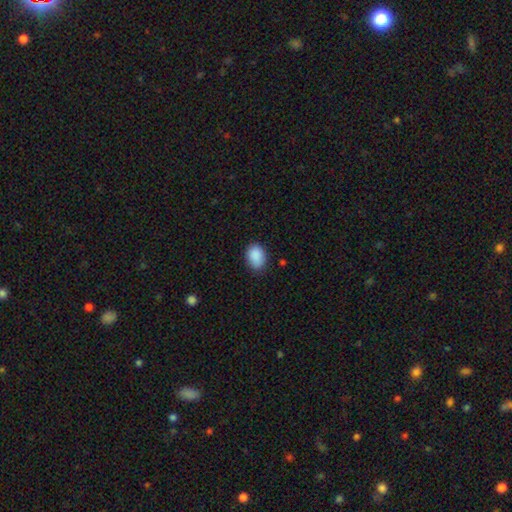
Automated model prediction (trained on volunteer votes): A smooth galaxy with no disk features (90%) that is in between round and cigar-shaped (79%).

Vote fractions:
- Smooth or featured? smooth: 90% / star or artifact: 7% / featured or disk: 3%
- How rounded? in between: 79% / round: 20% / cigar-shaped: 1%
- Merging? none: 82% / minor disturbance: 14% / major disturbance: 3% / merger: 1%